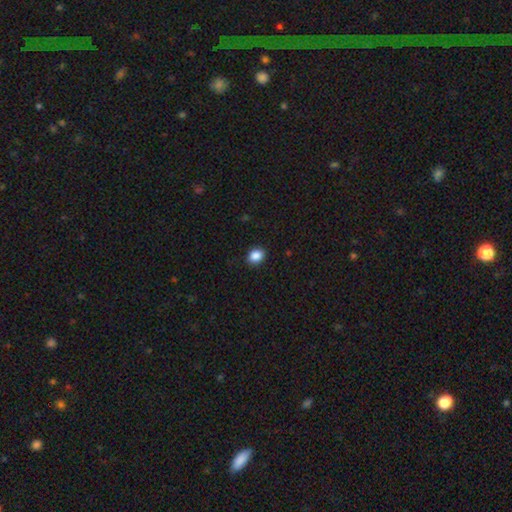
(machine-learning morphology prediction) smooth_or_featured: smooth (p=0.88) [alt: star or artifact p=0.09]
how_rounded: in between (p=0.56) [alt: round p=0.43]
merging: none (p=0.90) [alt: minor disturbance p=0.07]